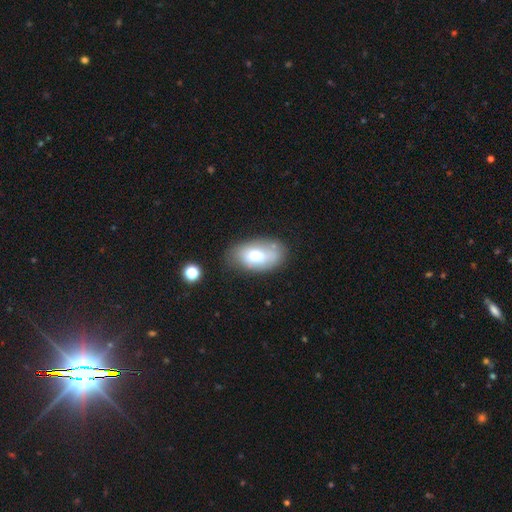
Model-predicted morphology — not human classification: Overall: smooth (69%). How rounded: in between (92%). Merging: none (57%; minor disturbance 26%).